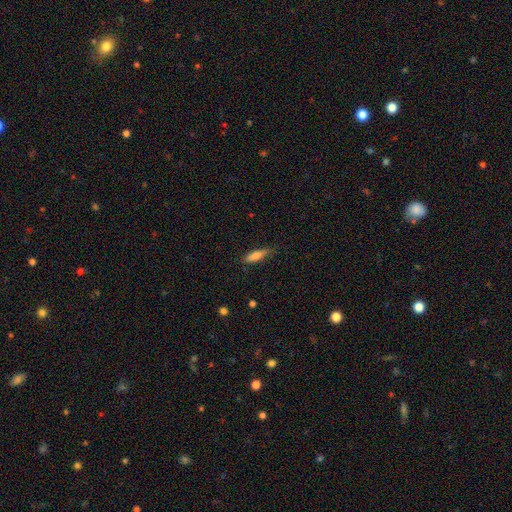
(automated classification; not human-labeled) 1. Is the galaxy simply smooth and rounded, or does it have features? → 74% smooth, 19% featured or disk, 7% star or artifact.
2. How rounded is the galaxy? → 64% cigar-shaped, 35% in between, 2% round.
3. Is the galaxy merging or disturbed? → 76% none, 19% minor disturbance, 4% major disturbance, 1% merger.